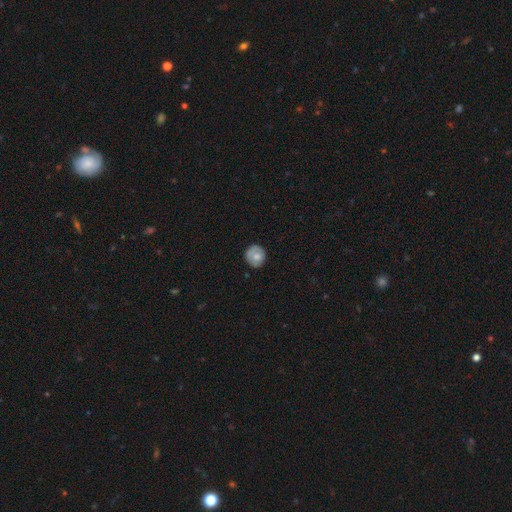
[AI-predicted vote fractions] smooth_or_featured: smooth (p=0.71) [alt: featured or disk p=0.22]
how_rounded: round (p=0.89) [alt: in between p=0.10]
merging: none (p=0.80) [alt: minor disturbance p=0.16]